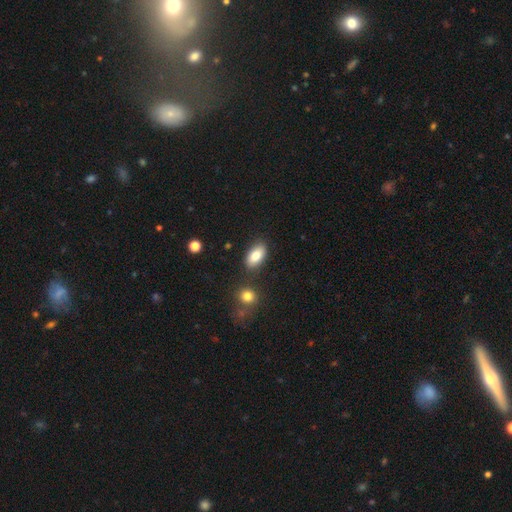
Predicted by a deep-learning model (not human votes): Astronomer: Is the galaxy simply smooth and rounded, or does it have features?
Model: smooth — 83%.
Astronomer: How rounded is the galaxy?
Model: in between — 92%.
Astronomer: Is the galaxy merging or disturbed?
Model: none — 81%.